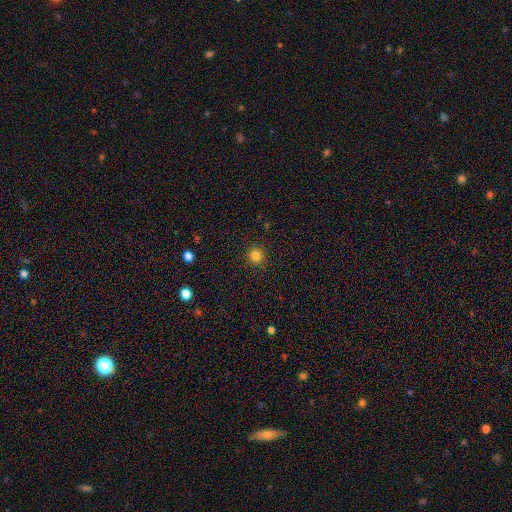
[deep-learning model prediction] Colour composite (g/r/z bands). It shows a smooth galaxy with no disk features (83%) that is round (94%). Merging: none (91%).